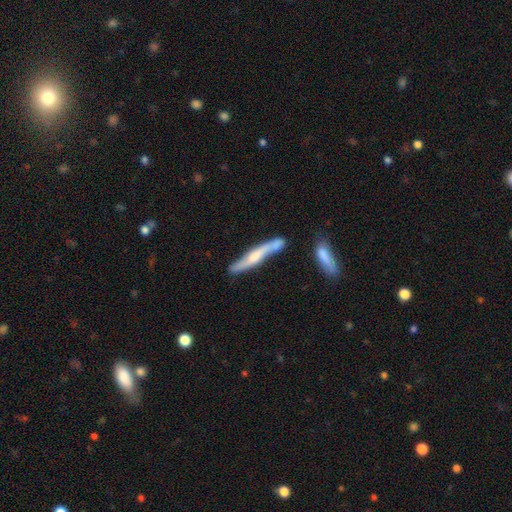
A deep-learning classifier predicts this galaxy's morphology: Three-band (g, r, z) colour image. It shows a featured or disk galaxy (66%) viewed edge-on (83%) with a rounded central bulge (72%). Merging: none (68%).